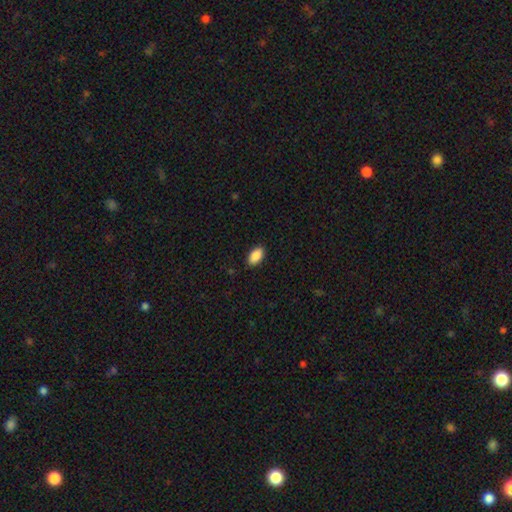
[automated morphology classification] type=smooth (89%); roundness=in between (94%); merging=none (89%).